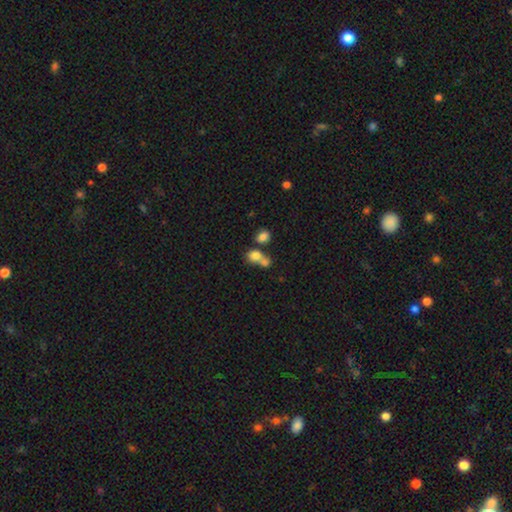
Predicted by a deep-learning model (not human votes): Smooth or featured? Predicted: smooth (p=0.78). How rounded? Predicted: round (p=0.57). Merging? Predicted: merger (p=0.55).